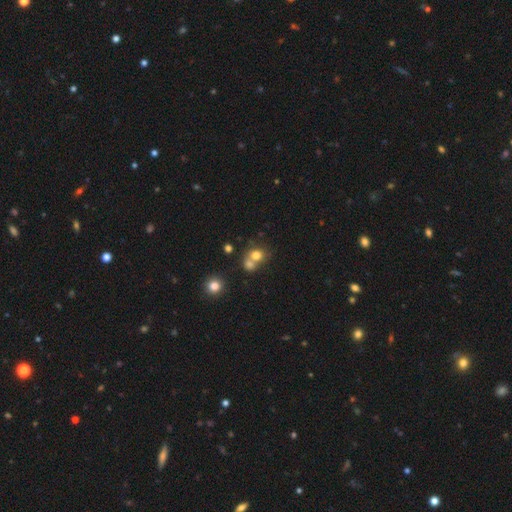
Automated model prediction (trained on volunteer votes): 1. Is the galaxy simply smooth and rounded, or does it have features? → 75% smooth, 13% star or artifact, 12% featured or disk.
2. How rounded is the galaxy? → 73% round, 26% in between, 1% cigar-shaped.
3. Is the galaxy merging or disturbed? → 50% merger, 39% none, 8% minor disturbance, 4% major disturbance.